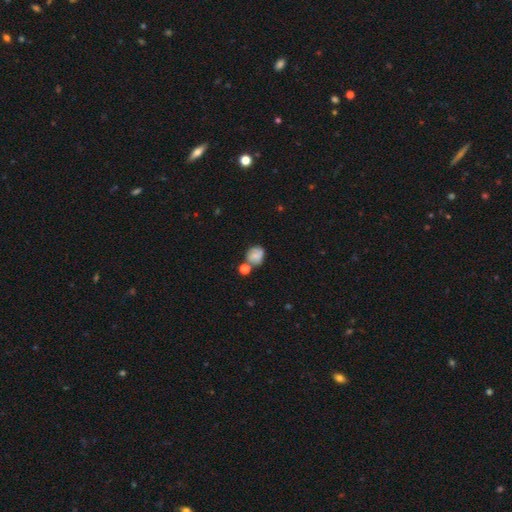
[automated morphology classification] Smooth or featured? smooth (63%)
How rounded? round (63%)
Merging? none (48%)